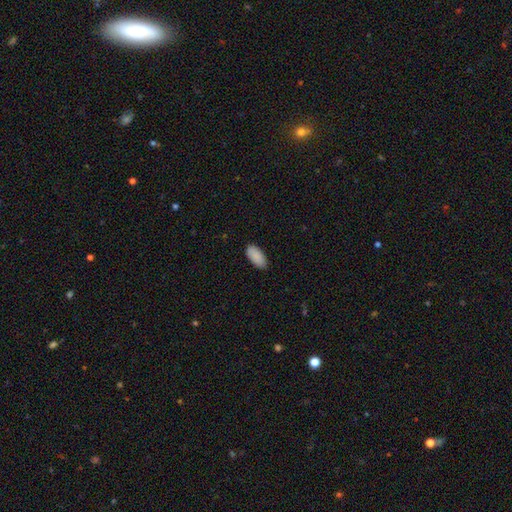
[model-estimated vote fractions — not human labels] Overall: smooth (90%). How rounded: in between (93%). Merging: none (86%).